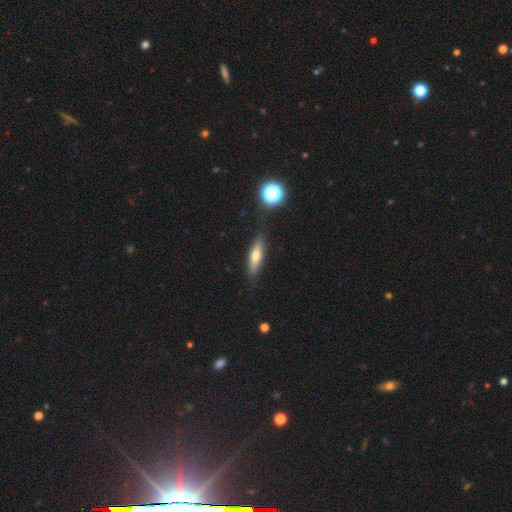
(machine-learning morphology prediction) Smooth or featured?
  - smooth: 56% *
  - featured or disk: 35%
  - star or artifact: 8%
How rounded?
  - cigar-shaped: 66% *
  - in between: 31%
  - round: 3%
Merging?
  - none: 83% *
  - minor disturbance: 12%
  - major disturbance: 3%
  - merger: 2%